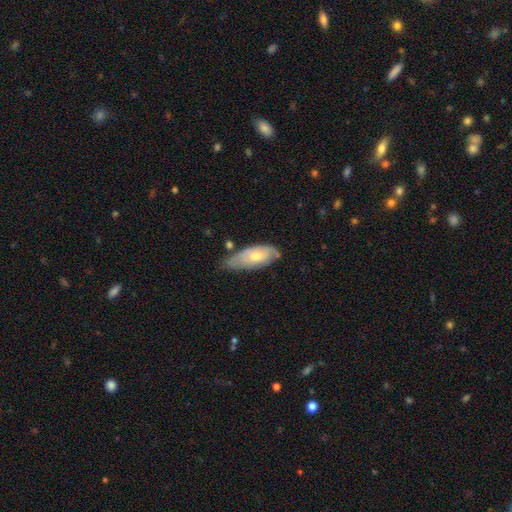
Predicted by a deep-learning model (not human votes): This is possibly a smooth galaxy (50%). Merging: possibly none (53%).